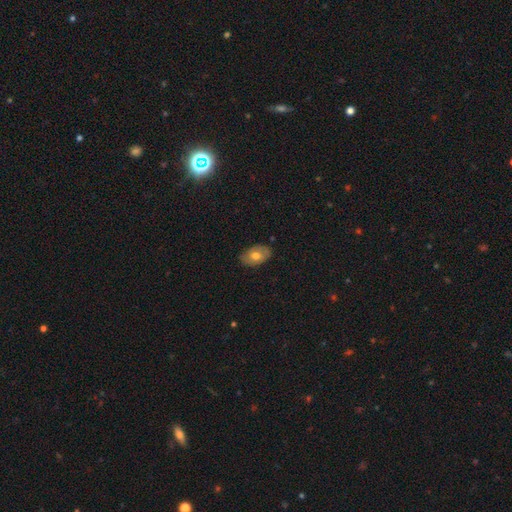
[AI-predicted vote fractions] smooth-or-featured: smooth: 60% | featured or disk: 33% | star or artifact: 7%
  how-rounded: in between: 88% | round: 11% | cigar-shaped: 1%
  merging: none: 81% | minor disturbance: 15% | major disturbance: 3% | merger: 1%